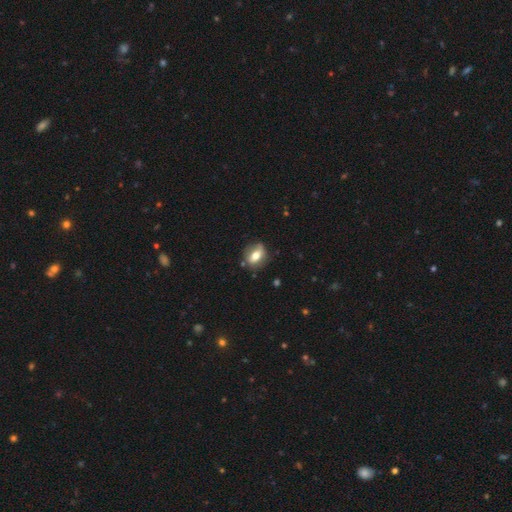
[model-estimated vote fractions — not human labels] This is likely a smooth galaxy (62%). How rounded: likely in between (65%). Merging: likely none (71%).